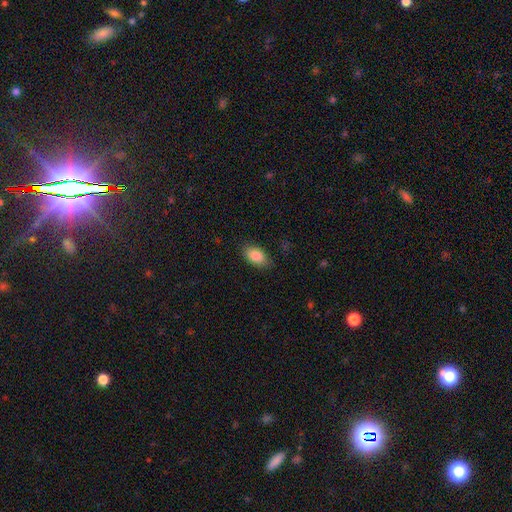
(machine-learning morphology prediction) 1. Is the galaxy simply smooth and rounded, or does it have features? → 87% smooth, 7% star or artifact, 6% featured or disk.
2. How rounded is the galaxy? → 92% in between, 5% round, 3% cigar-shaped.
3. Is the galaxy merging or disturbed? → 81% none, 14% minor disturbance, 3% major disturbance, 1% merger.